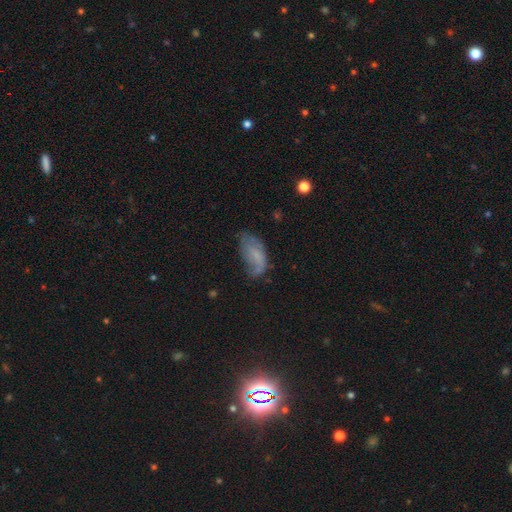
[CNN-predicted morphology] This appears to be a smooth galaxy with no disk features (55%) that is in between round and cigar-shaped (91%). Merging: none (39%).